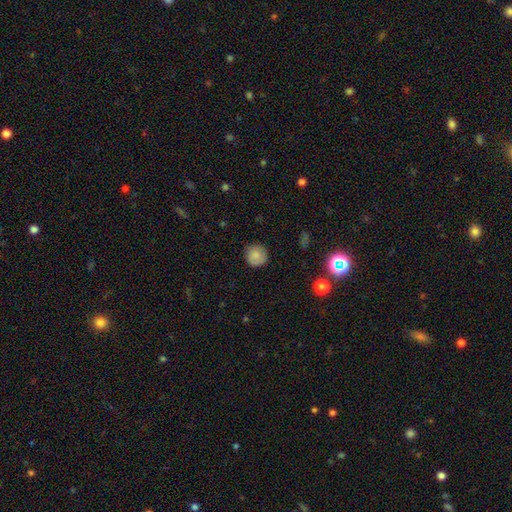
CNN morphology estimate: Q: Smooth or featured?
A: smooth (83%); runner-up: featured or disk (9%)
Q: How rounded?
A: round (94%); runner-up: in between (5%)
Q: Merging?
A: none (85%); runner-up: minor disturbance (11%)